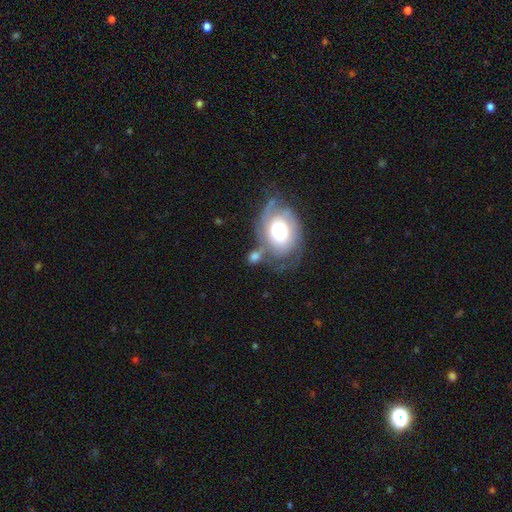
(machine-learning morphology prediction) A featured or disk galaxy (55%) with no bar (77%), spiral arms (73%) and a large central bulge (49%). Merging: none (48%).